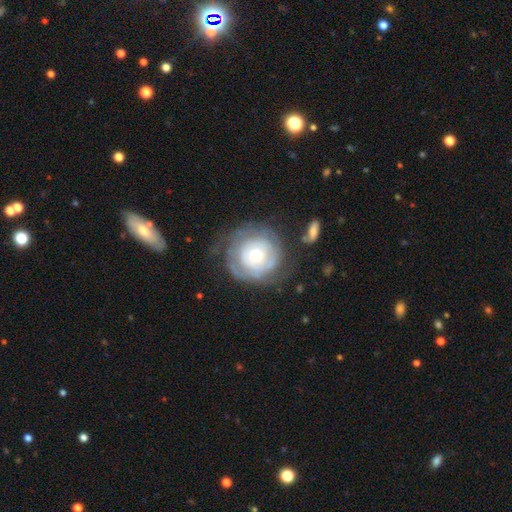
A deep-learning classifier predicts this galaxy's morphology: smooth_or_featured: featured or disk (p=0.64) [alt: smooth p=0.30]
disk_edge_on: no (p=0.97) [alt: yes p=0.03]
bar: no (p=0.85) [alt: weak p=0.12]
has_spiral_arms: yes (p=0.66) [alt: no p=0.34]
bulge_size: small (p=0.47) [alt: moderate p=0.44]
merging: none (p=0.61) [alt: minor disturbance p=0.21]